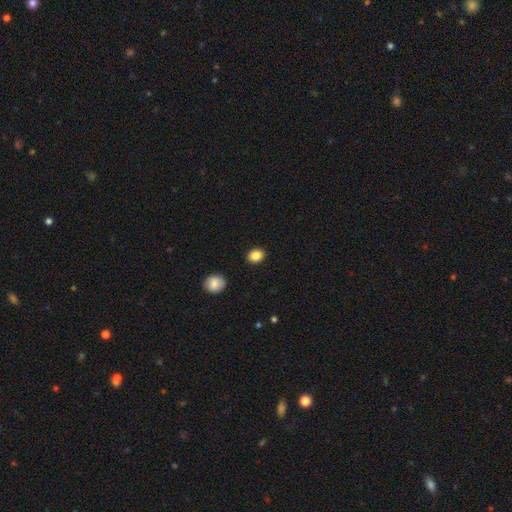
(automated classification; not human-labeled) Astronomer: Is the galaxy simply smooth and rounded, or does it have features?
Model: smooth — 86%.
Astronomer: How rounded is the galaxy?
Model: in between — 51% (runner-up: round, 48%).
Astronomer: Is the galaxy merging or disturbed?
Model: none — 90%.